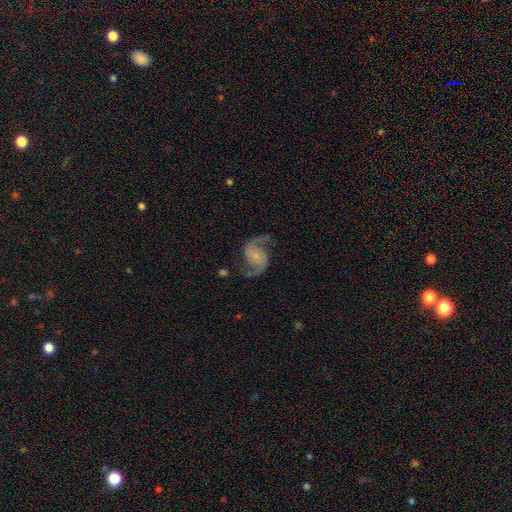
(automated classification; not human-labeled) Morphology: type=featured or disk (91%); edge-on=no (98%); bar=no (64%); spiral arms=yes (98%); winding=medium (47%); arm count=2 (95%); bulge=small (51%); merging=none (80%).